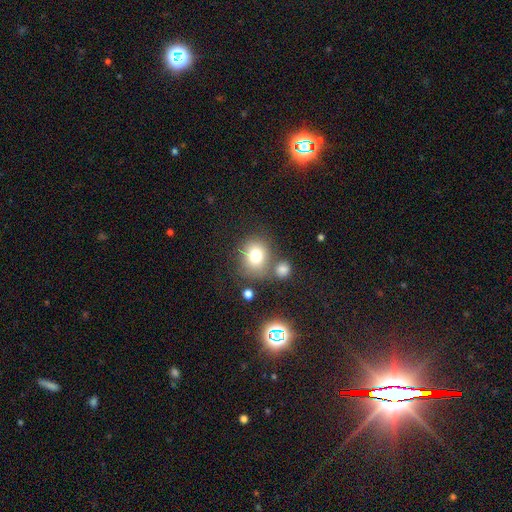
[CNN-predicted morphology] This is likely a smooth galaxy (75%). How rounded: likely round (76%). Merging: likely none (63%).